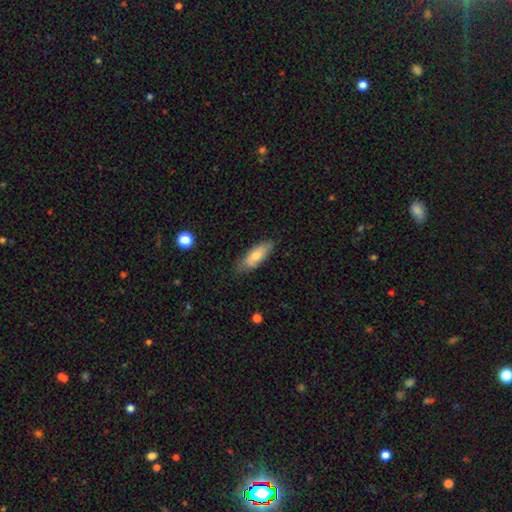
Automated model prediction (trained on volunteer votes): smooth 72%, featured or disk 22%, star or artifact 6%. Down the decision tree: how rounded — in between (70%); merging — none (73%).